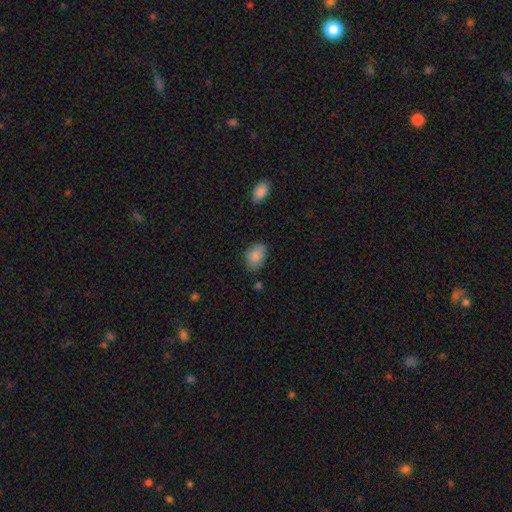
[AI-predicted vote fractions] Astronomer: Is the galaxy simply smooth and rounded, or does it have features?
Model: smooth — 86%.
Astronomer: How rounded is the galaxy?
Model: in between — 85%.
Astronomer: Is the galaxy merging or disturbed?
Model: none — 75%.